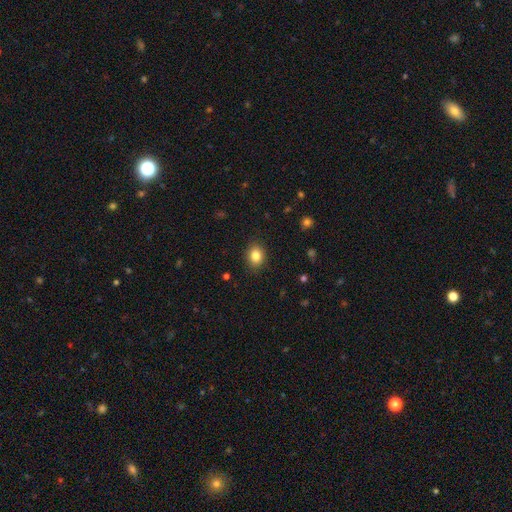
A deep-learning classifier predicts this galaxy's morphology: smooth 84%, star or artifact 10%, featured or disk 6%. Down the decision tree: how rounded — in between (50%); merging — none (89%).